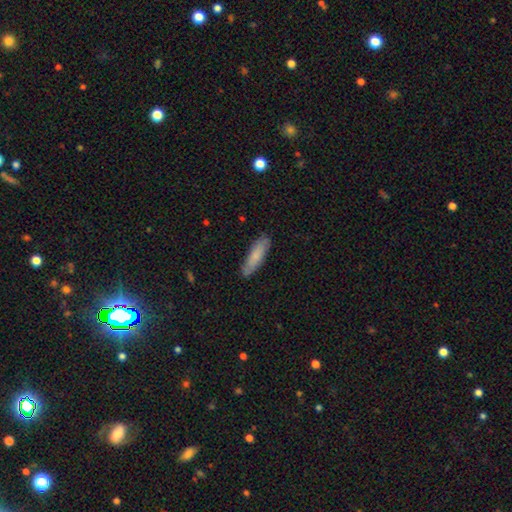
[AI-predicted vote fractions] smooth_or_featured: smooth (p=0.76) [alt: featured or disk p=0.18]
how_rounded: cigar-shaped (p=0.63) [alt: in between p=0.36]
merging: none (p=0.83) [alt: minor disturbance p=0.13]